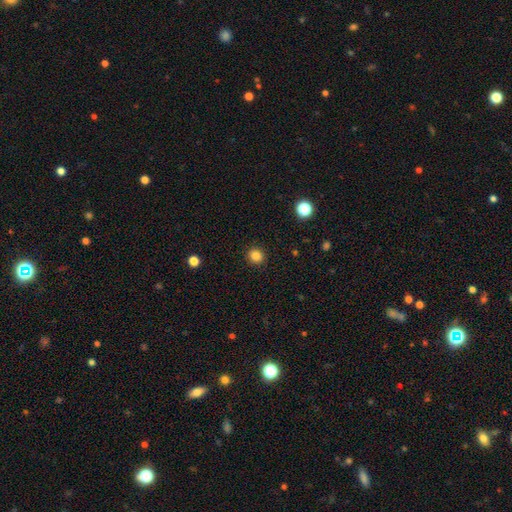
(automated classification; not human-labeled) Overall: smooth (84%). How rounded: round (86%). Merging: none (92%).